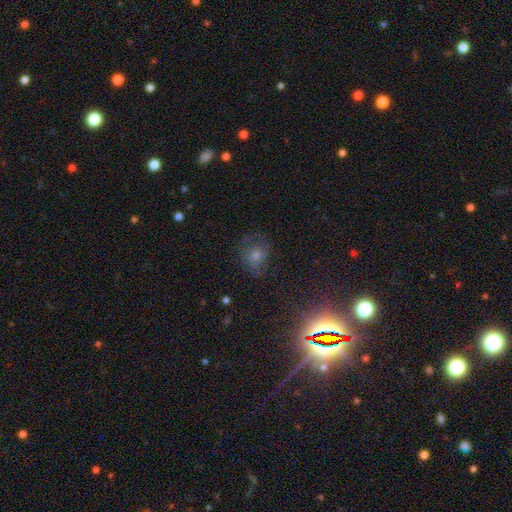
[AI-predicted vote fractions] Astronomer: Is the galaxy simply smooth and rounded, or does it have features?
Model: star or artifact — 35%, tied with smooth at 35%.